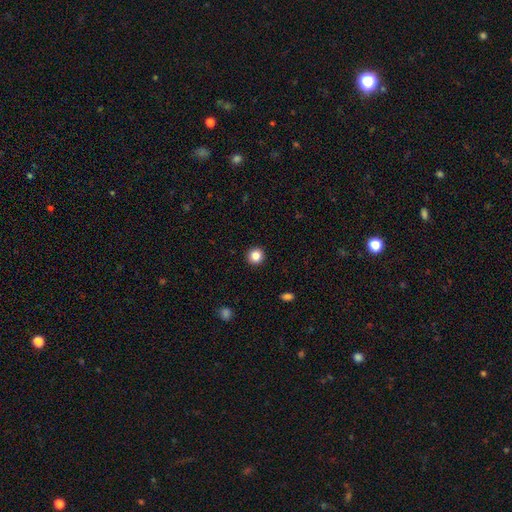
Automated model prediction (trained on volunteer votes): Q: Smooth or featured?
A: smooth (85%); runner-up: star or artifact (11%)
Q: How rounded?
A: round (94%); runner-up: in between (5%)
Q: Merging?
A: none (93%); runner-up: minor disturbance (5%)